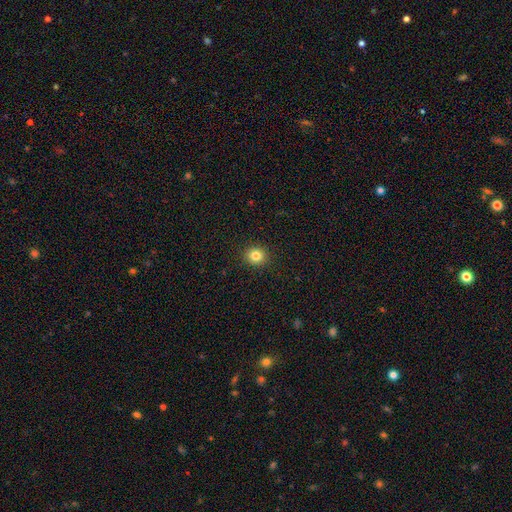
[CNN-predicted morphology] smooth-or-featured: smooth: 82% | star or artifact: 12% | featured or disk: 6%
  how-rounded: round: 86% | in between: 14% | cigar-shaped: 1%
  merging: none: 92% | minor disturbance: 5% | major disturbance: 2% | merger: 1%